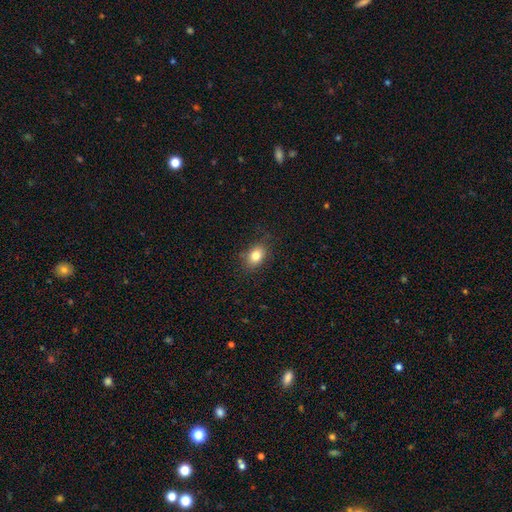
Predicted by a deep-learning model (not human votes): smooth-or-featured: smooth: 82% | star or artifact: 10% | featured or disk: 8%
  how-rounded: in between: 72% | round: 27% | cigar-shaped: 1%
  merging: none: 82% | minor disturbance: 13% | major disturbance: 3% | merger: 1%